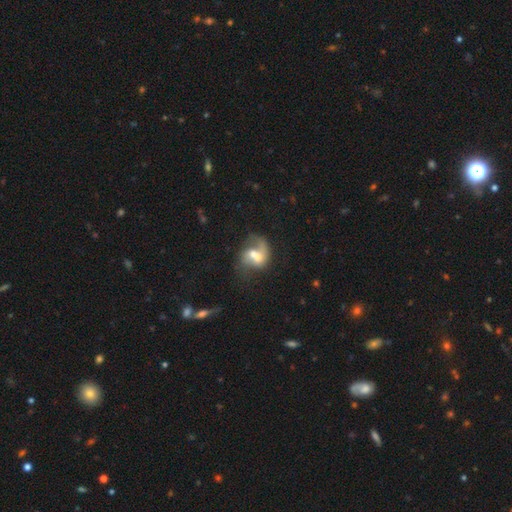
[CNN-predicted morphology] featured or disk 55%, smooth 37%, star or artifact 8%. Down the decision tree: edge-on disk — no (97%); bar — no (62%); spiral arms — yes (66%); bulge size — moderate (56%); merging — merger (52%).